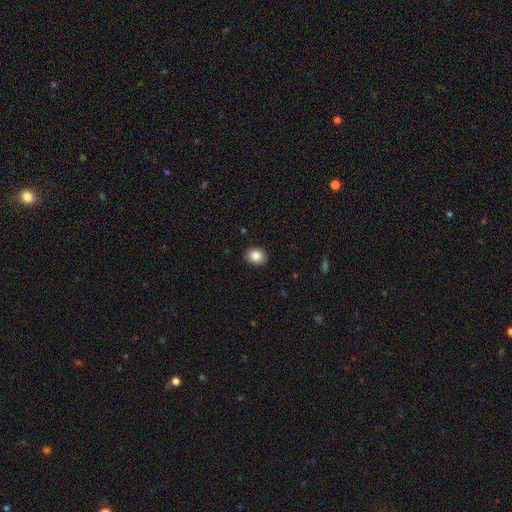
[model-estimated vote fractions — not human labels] Smooth or featured: smooth — 86% (star or artifact — 9%)
How rounded: round — 66% (in between — 33%)
Merging: none — 89% (minor disturbance — 8%)